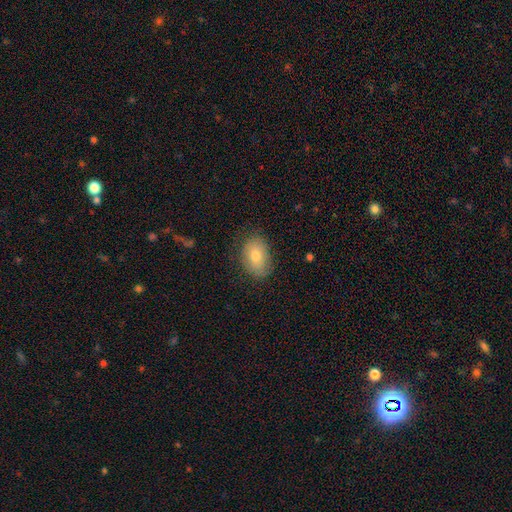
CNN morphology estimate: smooth-or-featured: smooth: 76% | featured or disk: 15% | star or artifact: 9%
  how-rounded: in between: 83% | round: 15% | cigar-shaped: 1%
  merging: none: 79% | minor disturbance: 16% | major disturbance: 4% | merger: 1%